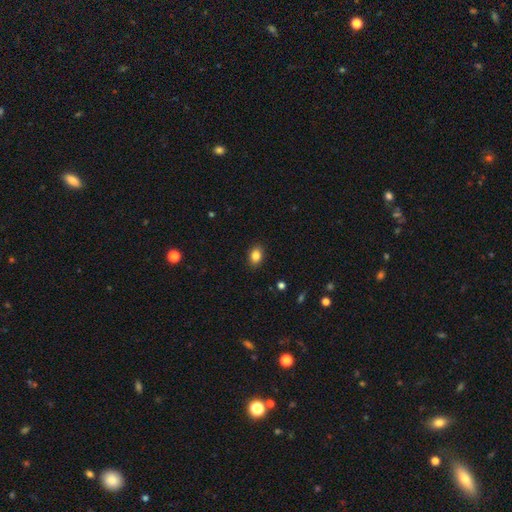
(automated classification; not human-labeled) Smooth or featured: smooth — 85% (star or artifact — 9%)
How rounded: in between — 76% (round — 23%)
Merging: none — 89% (minor disturbance — 8%)